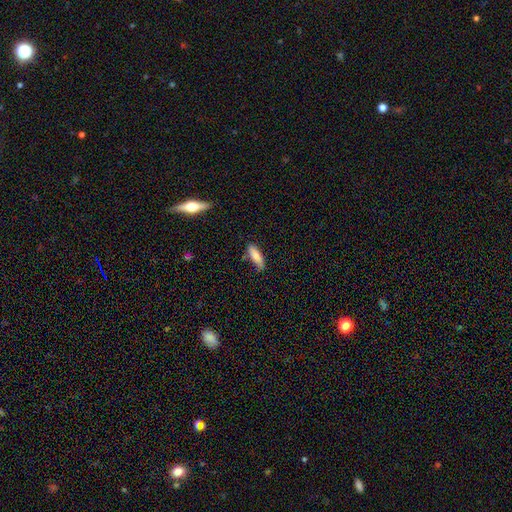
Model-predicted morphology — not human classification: This is clearly a smooth galaxy (83%). How rounded: possibly in between (52%). Merging: likely none (72%).